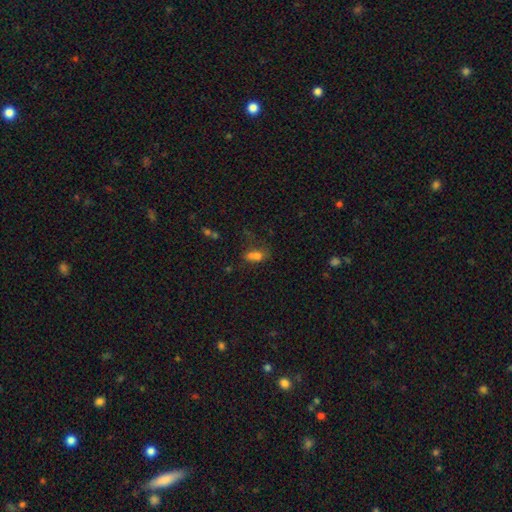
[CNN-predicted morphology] smooth 67%, star or artifact 18%, featured or disk 15%. Down the decision tree: how rounded — in between (66%); merging — merger (45%).